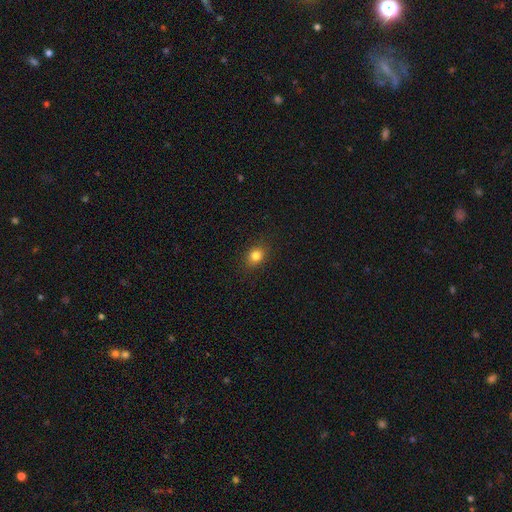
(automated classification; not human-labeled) Q: Smooth or featured?
A: smooth (83%); runner-up: star or artifact (12%)
Q: How rounded?
A: round (65%); runner-up: in between (34%)
Q: Merging?
A: none (89%); runner-up: minor disturbance (8%)